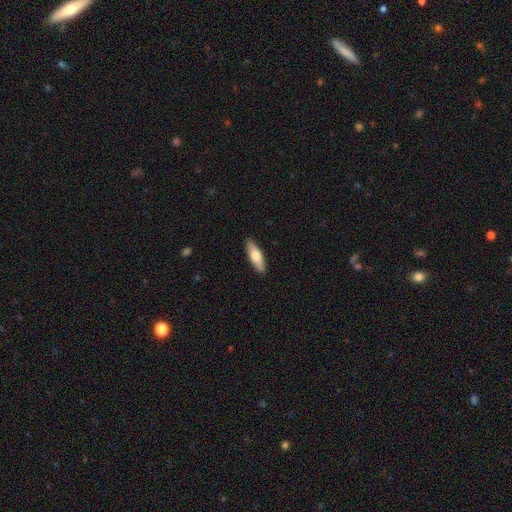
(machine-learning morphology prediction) Smooth or featured: smooth — 69% (featured or disk — 26%)
How rounded: in between — 52% (cigar-shaped — 46%)
Merging: none — 89% (minor disturbance — 8%)